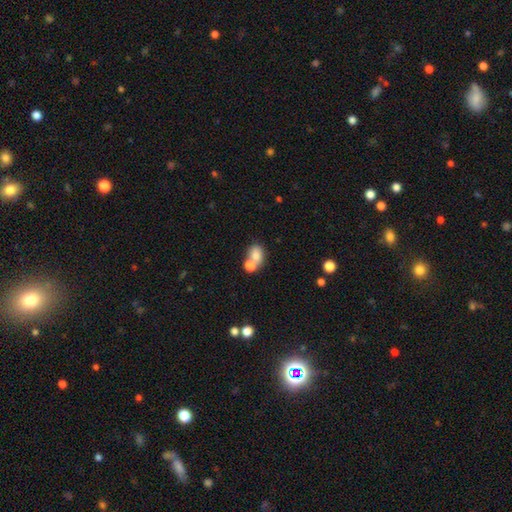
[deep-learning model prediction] Morphology: type=smooth (76%); roundness=in between (63%); merging=merger (48%).